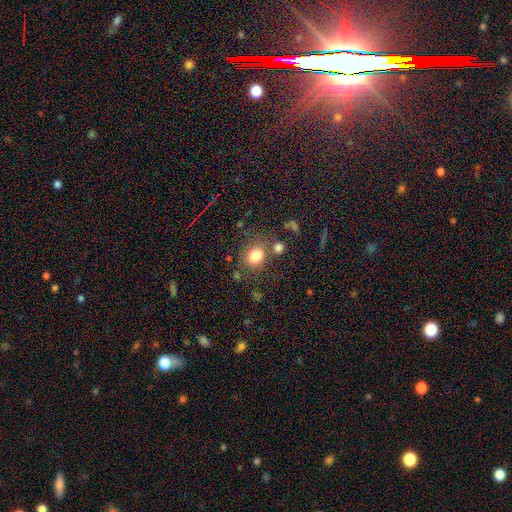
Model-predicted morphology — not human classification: A smooth galaxy with no disk features (79%) that is round (72%). Merging: none (69%).